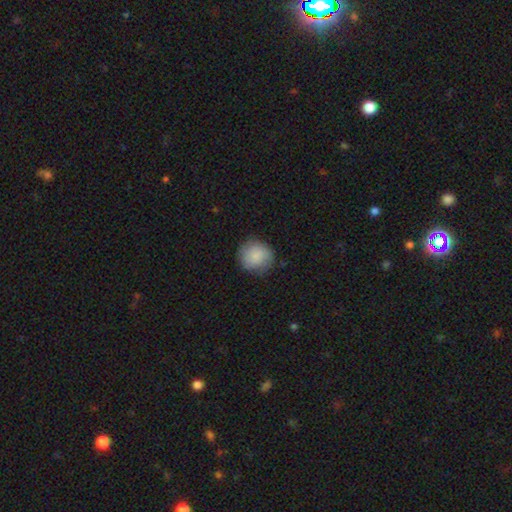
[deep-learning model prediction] A smooth galaxy with no disk features (85%) that is round (89%).

Vote fractions:
- Smooth or featured? smooth: 85% / featured or disk: 9% / star or artifact: 7%
- How rounded? round: 89% / in between: 10% / cigar-shaped: 1%
- Merging? none: 79% / minor disturbance: 16% / major disturbance: 4% / merger: 1%